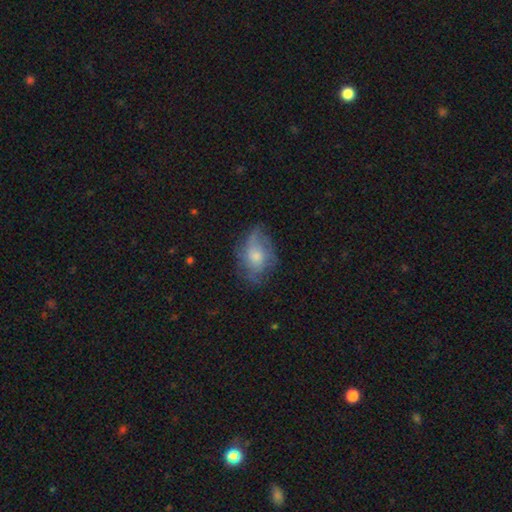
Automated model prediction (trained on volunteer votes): Overall: smooth (47%; featured or disk 45%). Merging: none (57%; minor disturbance 28%).